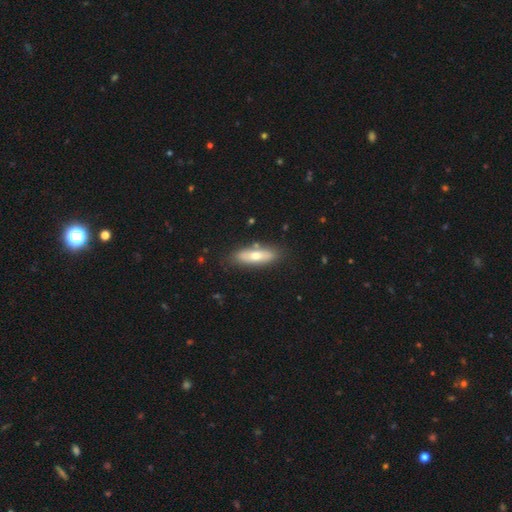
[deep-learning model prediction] Smooth or featured: smooth — 61% (featured or disk — 33%)
How rounded: cigar-shaped — 49% (tied with in between — 49%)
Merging: none — 82% (minor disturbance — 12%)